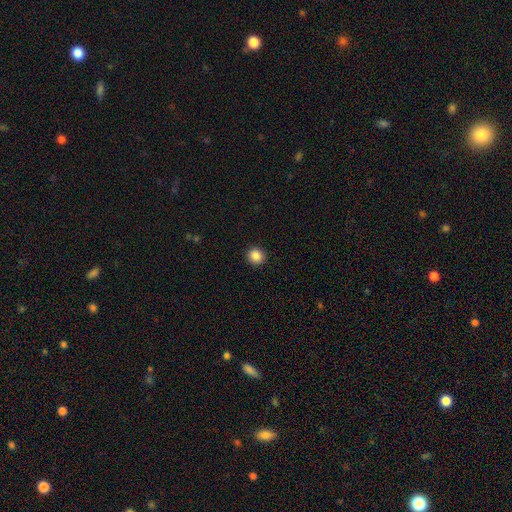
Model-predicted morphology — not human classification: smooth-or-featured: smooth: 87% | star or artifact: 10% | featured or disk: 3%
  how-rounded: round: 90% | in between: 9% | cigar-shaped: 1%
  merging: none: 92% | minor disturbance: 5% | major disturbance: 2% | merger: 1%